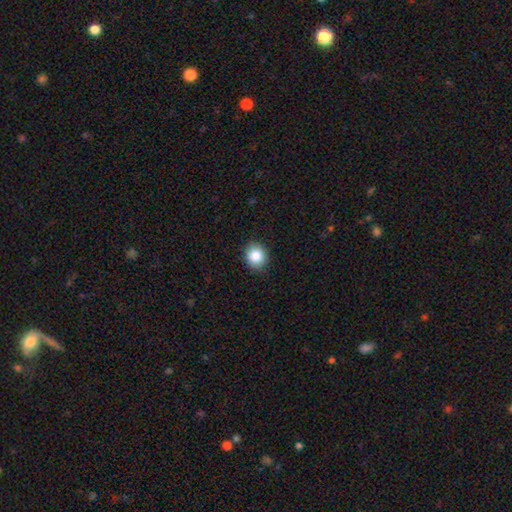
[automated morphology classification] This appears to be a smooth galaxy with no disk features (87%) that is round (76%). Merging: none (90%).